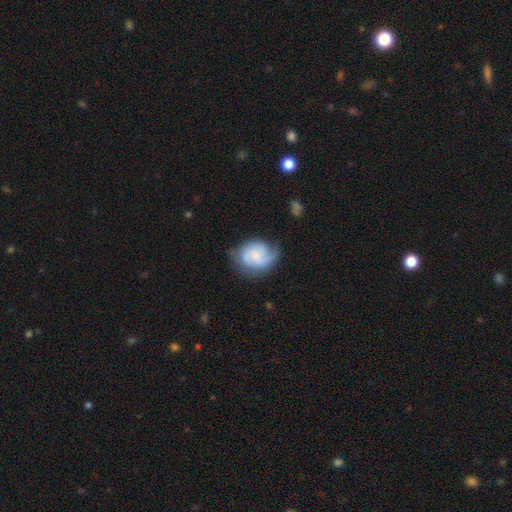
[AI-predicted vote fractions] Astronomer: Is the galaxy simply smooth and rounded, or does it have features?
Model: featured or disk — 59% (runner-up: smooth, 34%).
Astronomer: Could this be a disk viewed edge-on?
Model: no — 98%.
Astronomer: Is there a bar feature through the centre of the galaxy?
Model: no — 68%.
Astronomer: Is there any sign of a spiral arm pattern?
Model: yes — 90%.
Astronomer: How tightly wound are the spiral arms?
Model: medium — 44% (runner-up: tight, 31%).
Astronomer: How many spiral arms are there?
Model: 2 — 40% (runner-up: 3, 21%).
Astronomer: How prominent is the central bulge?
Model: small — 52%.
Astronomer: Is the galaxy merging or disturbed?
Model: none — 55%.